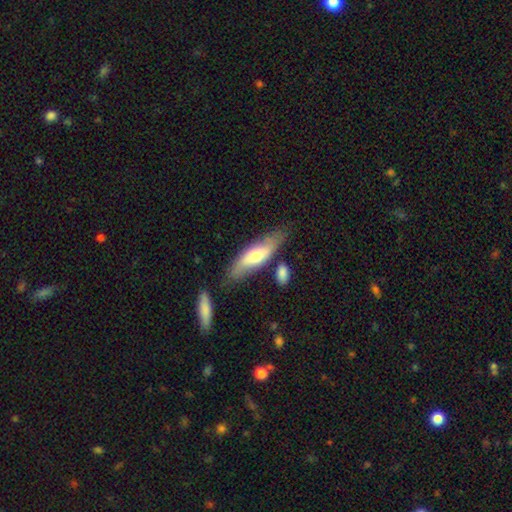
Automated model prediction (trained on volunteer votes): Morphology: type=smooth (54%); roundness=in between (51%); merging=none (68%).